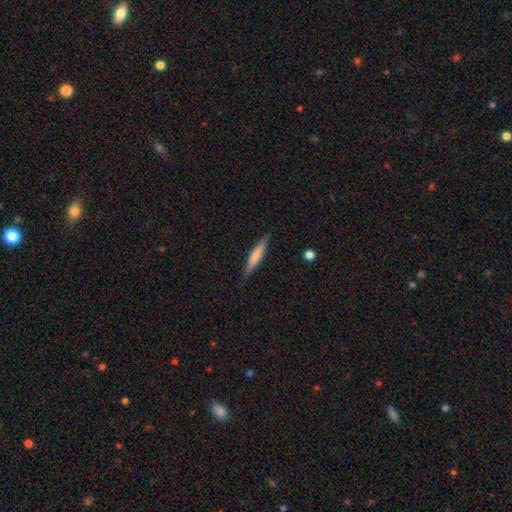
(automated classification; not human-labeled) This is likely a smooth galaxy (60%). How rounded: clearly cigar-shaped (92%). Merging: clearly none (88%).